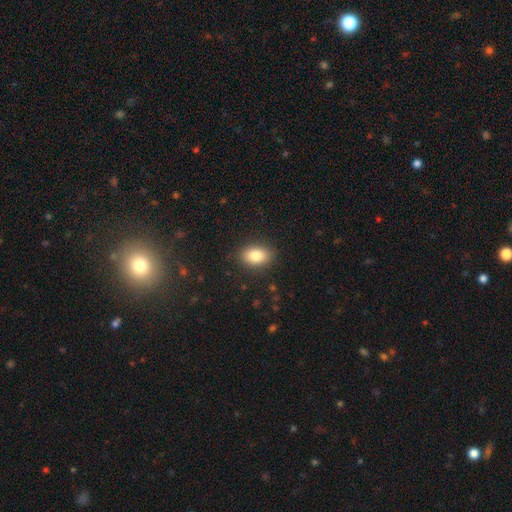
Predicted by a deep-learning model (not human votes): The model was most divided on "how rounded": in between: 84%, round: 14%, cigar-shaped: 2%. More confident: merging — none (87%); smooth or featured — smooth (83%).